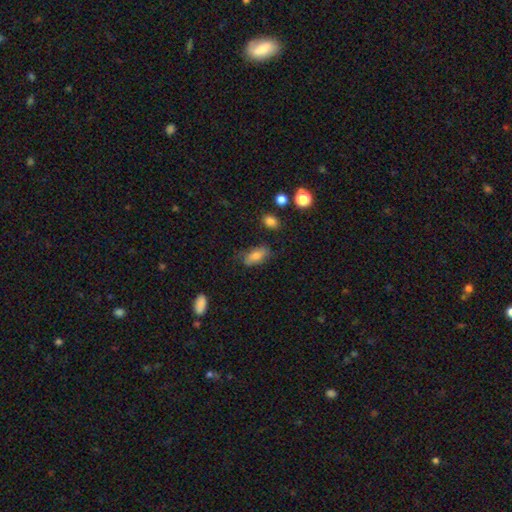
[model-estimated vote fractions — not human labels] Overall: smooth (75%). How rounded: in between (86%). Merging: none (66%).